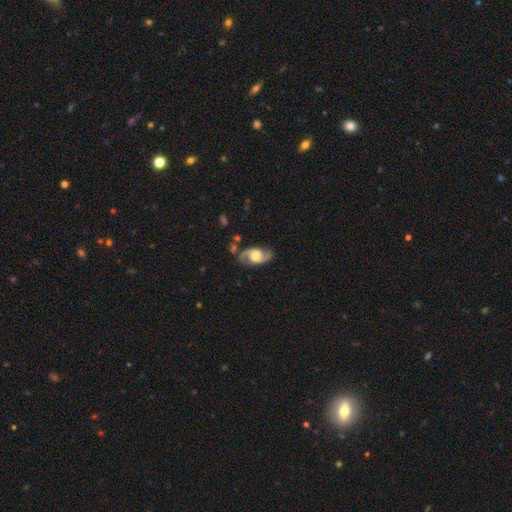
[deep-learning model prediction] A featured or disk galaxy (85%) with a weak bar (44%), 2 (93%) medium (52%) spiral arms (96%) and a moderate central bulge (43%).

Vote fractions:
- Smooth or featured? featured or disk: 85% / smooth: 10% / star or artifact: 5%
- Edge-on disk? no: 97% / yes: 3%
- Bar? weak: 44% / no: 41% / strong: 15%
- Spiral arms? yes: 96% / no: 4%
- Spiral winding? medium: 52% / loose: 33% / tight: 15%
- Spiral arm count? 2: 93% / can't tell: 2% / 1: 1% / 3: 1% / 4: 1% / more than 4: 1%
- Bulge size? moderate: 43% / large: 32% / small: 14% / none: 8% / dominant: 3%
- Merging? none: 78% / minor disturbance: 14% / major disturbance: 5% / merger: 4%